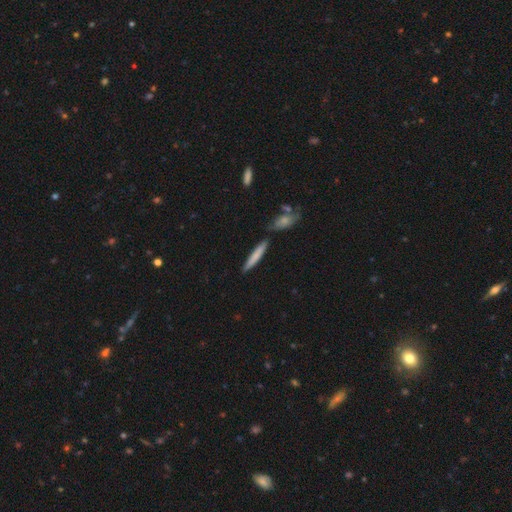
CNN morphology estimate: Smooth or featured?
  - smooth: 73% *
  - featured or disk: 22%
  - star or artifact: 6%
How rounded?
  - cigar-shaped: 92% *
  - in between: 7%
  - round: 2%
Merging?
  - none: 76% *
  - minor disturbance: 11%
  - merger: 10%
  - major disturbance: 2%